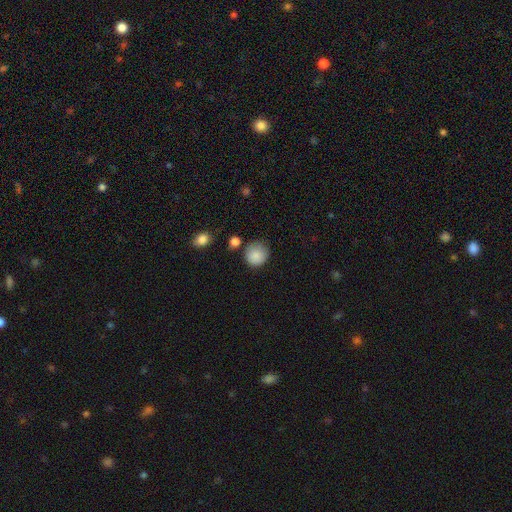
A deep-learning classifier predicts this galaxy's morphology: Q: Smooth or featured?
A: smooth (87%); runner-up: star or artifact (8%)
Q: How rounded?
A: round (88%); runner-up: in between (11%)
Q: Merging?
A: none (76%); runner-up: minor disturbance (16%)